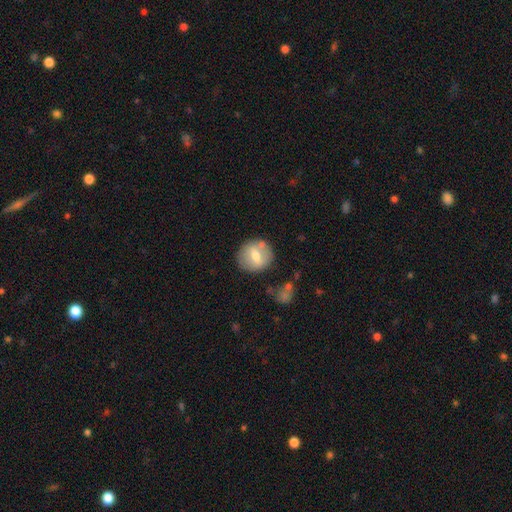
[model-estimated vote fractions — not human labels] Smooth or featured?
  - smooth: 56% *
  - featured or disk: 37%
  - star or artifact: 7%
How rounded?
  - round: 85% *
  - in between: 14%
  - cigar-shaped: 1%
Merging?
  - none: 77% *
  - minor disturbance: 12%
  - merger: 7%
  - major disturbance: 4%